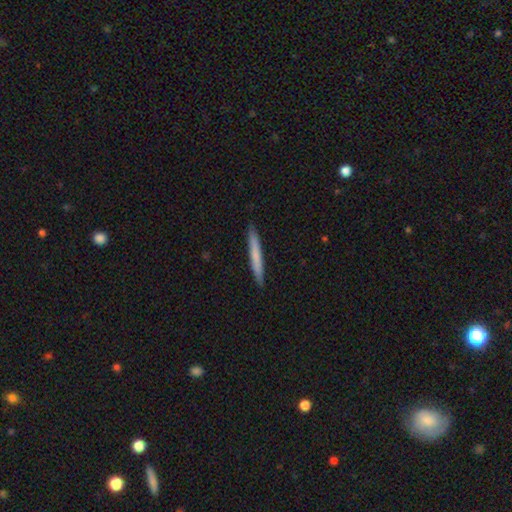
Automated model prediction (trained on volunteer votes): This appears to be a smooth galaxy with no disk features (70%) that is cigar-shaped (97%). Merging: none (92%).